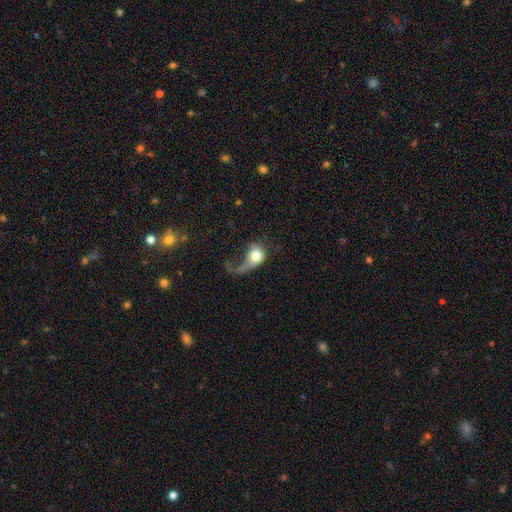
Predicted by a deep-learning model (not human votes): Overall: smooth (59%; featured or disk 32%). How rounded: round (55%; in between 43%). Merging: major disturbance (66%).